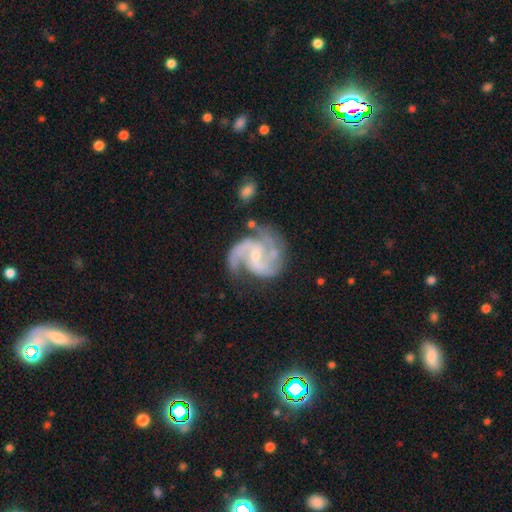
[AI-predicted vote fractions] Smooth or featured?
  - featured or disk: 91% *
  - star or artifact: 5%
  - smooth: 4%
Edge-on disk?
  - no: 98% *
  - yes: 2%
Bar?
  - no: 48% *
  - weak: 40%
  - strong: 12%
Spiral arms?
  - yes: 98% *
  - no: 2%
Spiral winding?
  - medium: 57% *
  - tight: 29%
  - loose: 15%
Spiral arm count?
  - 2: 52% *
  - 3: 32%
  - can't tell: 6%
  - 4: 4%
  - 1: 3%
  - more than 4: 3%
Bulge size?
  - small: 65% *
  - moderate: 30%
  - none: 3%
  - large: 1%
  - dominant: 1%
Merging?
  - none: 61% *
  - minor disturbance: 23%
  - major disturbance: 12%
  - merger: 5%